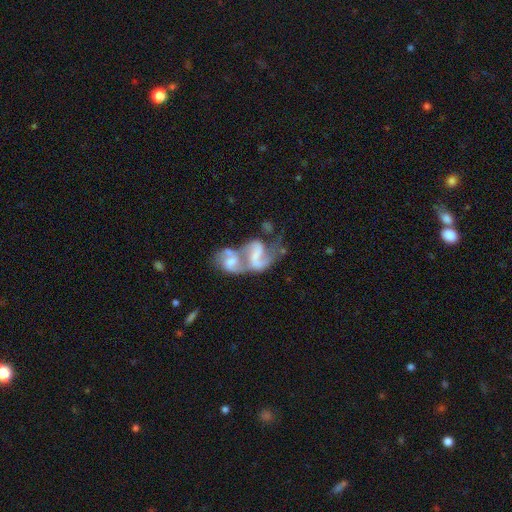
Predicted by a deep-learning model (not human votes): Smooth or featured?
  - featured or disk: 75% *
  - smooth: 16%
  - star or artifact: 9%
Edge-on disk?
  - no: 97% *
  - yes: 3%
Bar?
  - no: 38% *
  - weak: 37%
  - strong: 25%
Spiral arms?
  - yes: 83% *
  - no: 17%
Spiral winding?
  - loose: 53% *
  - medium: 35%
  - tight: 12%
Spiral arm count?
  - 2: 70% *
  - 1: 15%
  - can't tell: 10%
  - 3: 2%
  - 4: 1%
  - more than 4: 1%
Bulge size?
  - none: 34% *
  - small: 31%
  - moderate: 26%
  - large: 7%
  - dominant: 2%
Merging?
  - merger: 71% *
  - major disturbance: 12%
  - none: 11%
  - minor disturbance: 6%